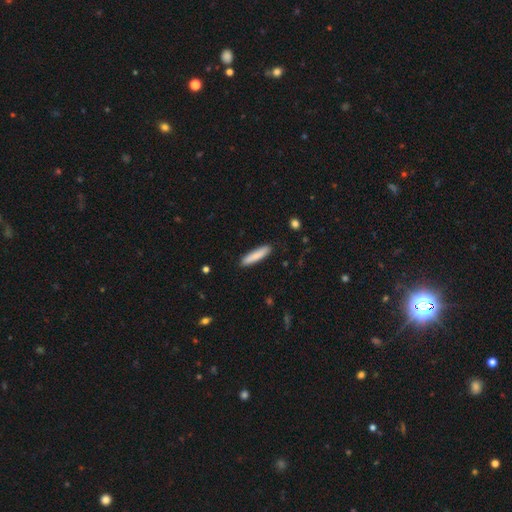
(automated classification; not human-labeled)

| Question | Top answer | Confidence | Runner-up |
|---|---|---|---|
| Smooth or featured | smooth | 85% | featured or disk (10%) |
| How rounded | cigar-shaped | 86% | in between (13%) |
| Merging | none | 90% | minor disturbance (8%) |